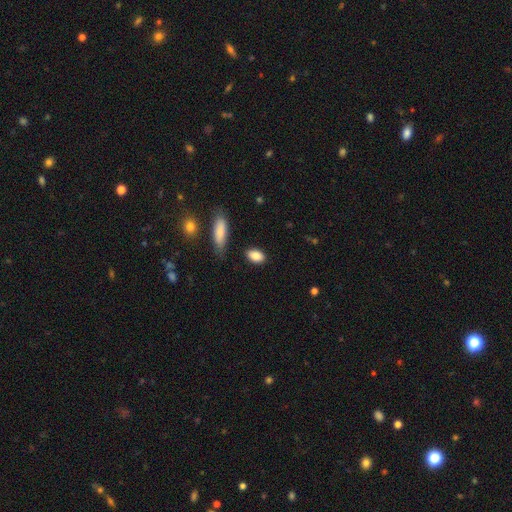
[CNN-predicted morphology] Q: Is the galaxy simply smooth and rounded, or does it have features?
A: smooth — 86%.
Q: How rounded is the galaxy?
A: in between — 88%.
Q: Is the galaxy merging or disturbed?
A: none — 85%.